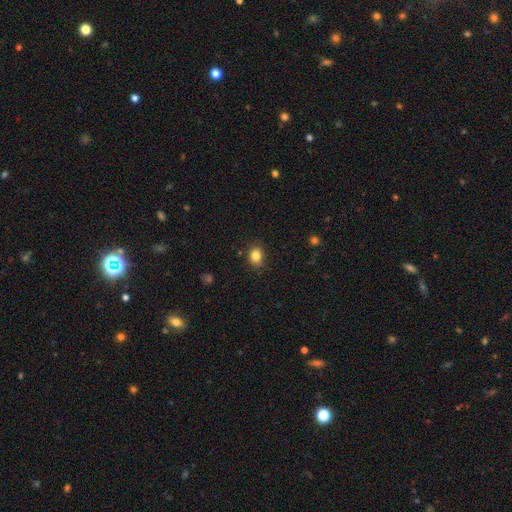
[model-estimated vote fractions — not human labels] This appears to be a smooth galaxy with no disk features (83%) that is round (55%). Merging: none (85%).